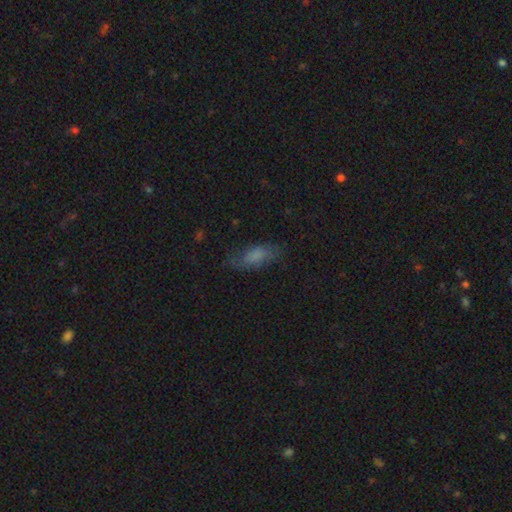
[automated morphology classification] Smooth or featured: smooth — 72% (featured or disk — 17%)
How rounded: in between — 77% (cigar-shaped — 20%)
Merging: none — 66% (minor disturbance — 23%)